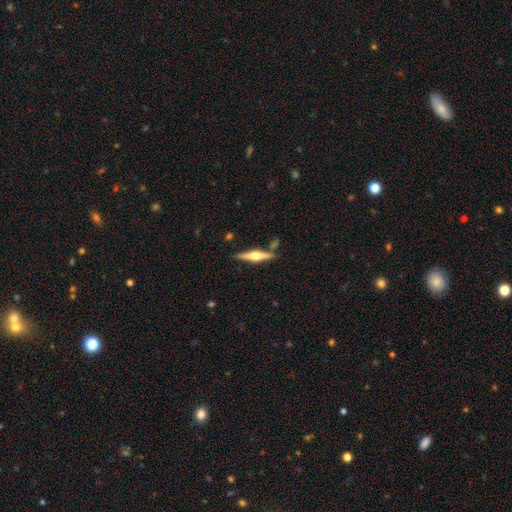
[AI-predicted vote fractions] A featured or disk galaxy (75%) viewed edge-on (98%) with a rounded central bulge (94%).

Vote fractions:
- Smooth or featured? featured or disk: 75% / smooth: 20% / star or artifact: 5%
- Edge-on disk? yes: 98% / no: 2%
- Edge-on bulge? rounded: 94% / boxy: 4% / none: 2%
- Merging? none: 83% / minor disturbance: 9% / merger: 5% / major disturbance: 2%